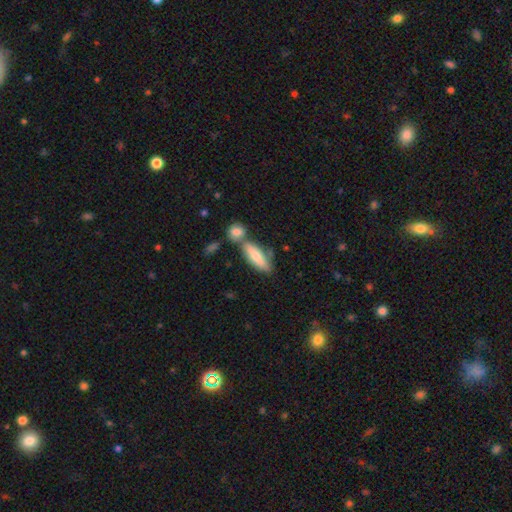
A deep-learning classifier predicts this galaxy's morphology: smooth 69%, featured or disk 25%, star or artifact 6%. Down the decision tree: how rounded — in between (51%); merging — none (55%).